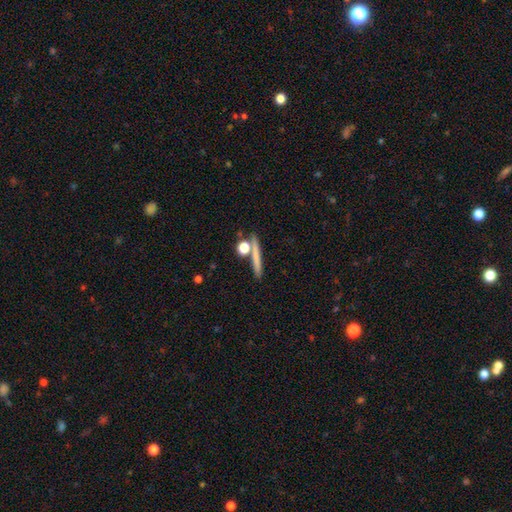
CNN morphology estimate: This appears to be a smooth galaxy with no disk features (68%) that is cigar-shaped (68%). Merging: none (74%).